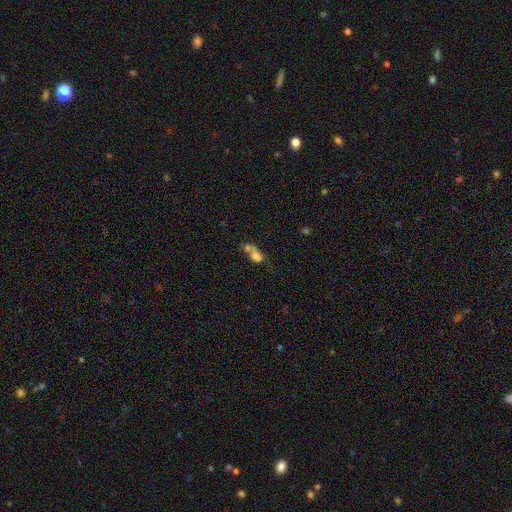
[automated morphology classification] Overall: smooth (67%). How rounded: in between (62%; round 33%). Merging: merger (60%).